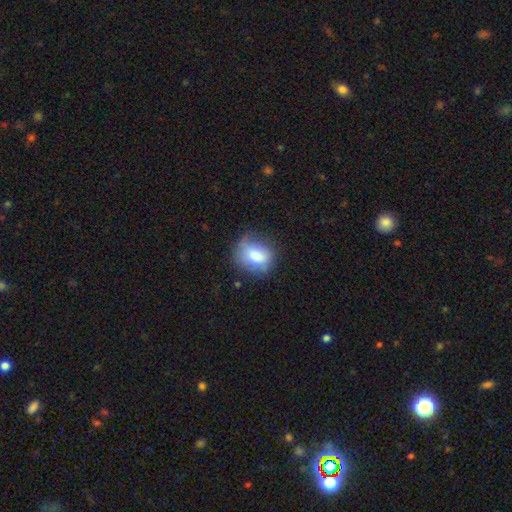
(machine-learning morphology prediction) This appears to be a smooth galaxy with no disk features (80%) that is in between round and cigar-shaped (49%, tied with round). Merging: none (57%).